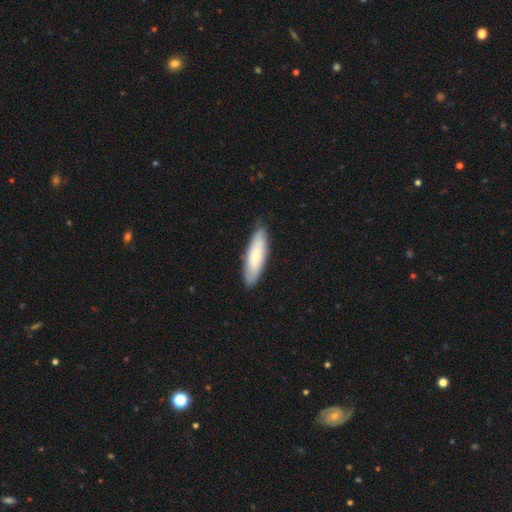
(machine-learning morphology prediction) Q: Smooth or featured?
A: smooth (72%); runner-up: featured or disk (23%)
Q: How rounded?
A: cigar-shaped (58%); runner-up: in between (41%)
Q: Merging?
A: none (85%); runner-up: minor disturbance (12%)